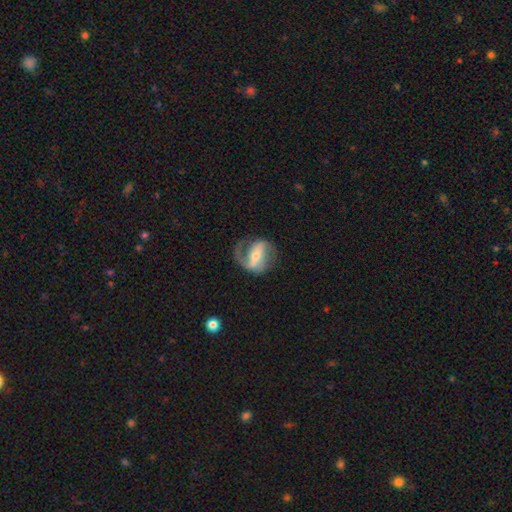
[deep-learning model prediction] This is clearly a featured or disk galaxy (81%). It is clearly not viewed edge-on (96%). Bar: possibly strong (50%). Spiral arm pattern: clearly yes (91%). Spiral arm count: likely 2 (70%). Spiral winding: possibly medium (45%). Central bulge: possibly small (47%). Merging: possibly none (60%).